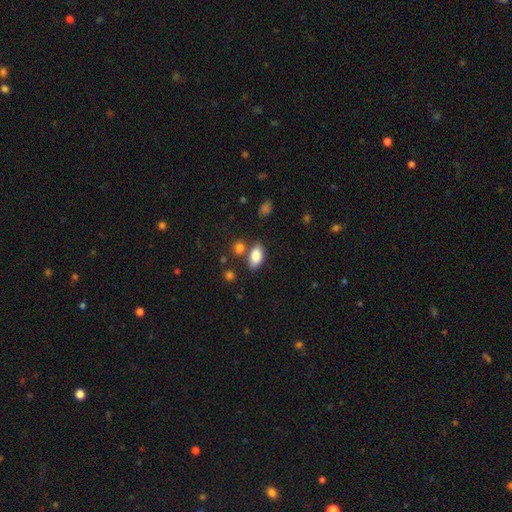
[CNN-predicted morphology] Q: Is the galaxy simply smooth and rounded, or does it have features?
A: smooth — 86%.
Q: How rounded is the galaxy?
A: in between — 92%.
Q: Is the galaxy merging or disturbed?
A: none — 69%.